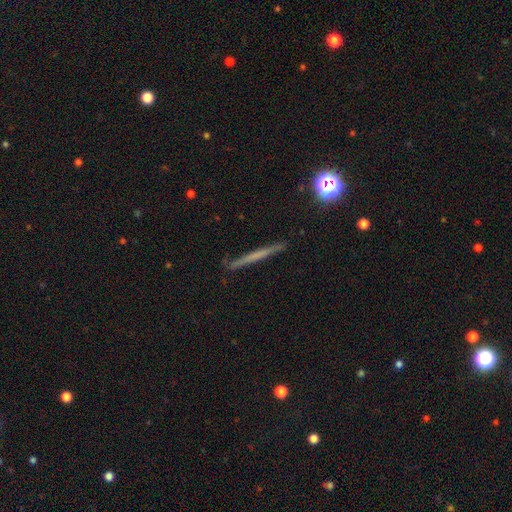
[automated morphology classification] This is possibly a featured or disk galaxy (49%). Merging: clearly none (90%).